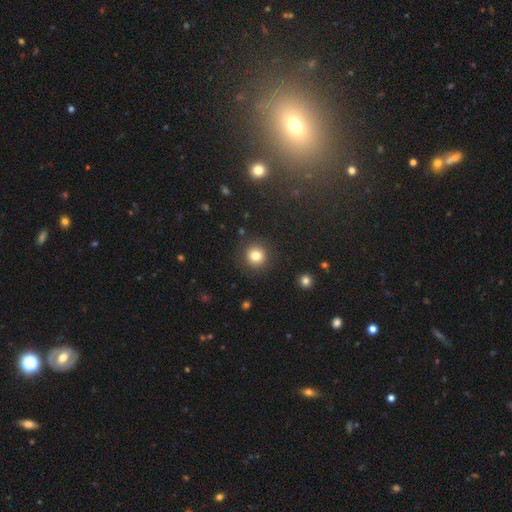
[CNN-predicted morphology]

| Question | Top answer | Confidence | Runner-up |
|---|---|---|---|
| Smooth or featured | smooth | 80% | star or artifact (12%) |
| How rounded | round | 93% | in between (6%) |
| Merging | none | 89% | minor disturbance (7%) |